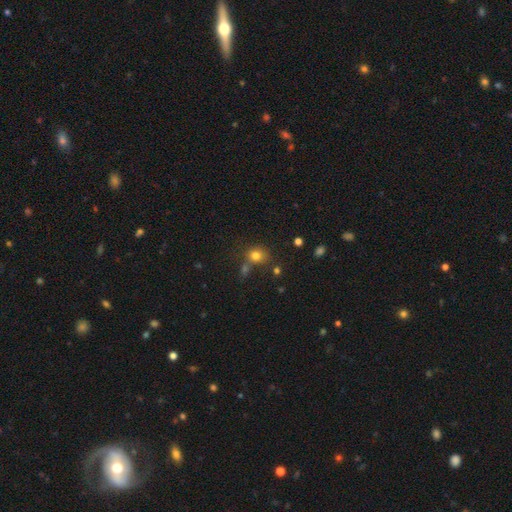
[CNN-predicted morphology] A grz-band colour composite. It shows a smooth galaxy with no disk features (77%) that is round (73%). Merging: none (62%).